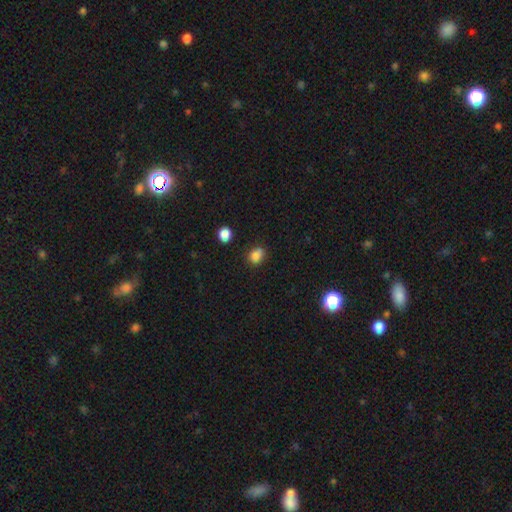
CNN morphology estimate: This is clearly a smooth galaxy (83%). How rounded: possibly in between (55%). Merging: likely none (68%).